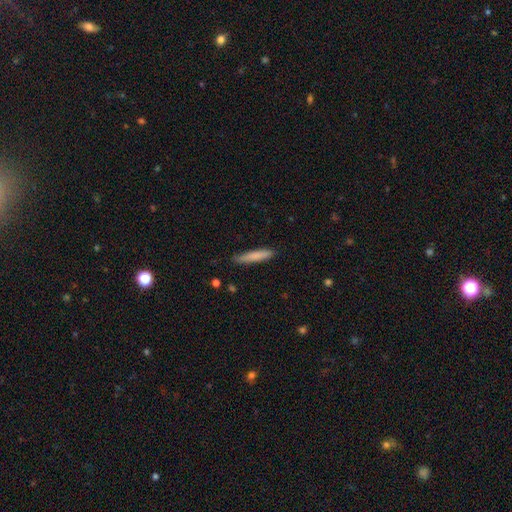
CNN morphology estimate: smooth 79%, featured or disk 15%, star or artifact 6%. Down the decision tree: how rounded — cigar-shaped (92%); merging — none (85%).